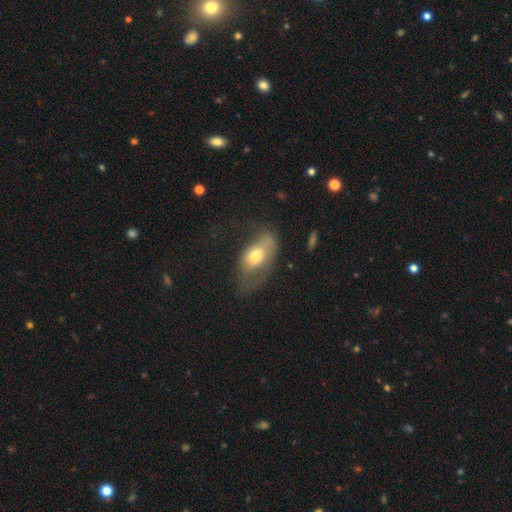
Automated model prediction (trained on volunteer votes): Smooth or featured: smooth — 59% (featured or disk — 34%)
How rounded: in between — 89% (round — 6%)
Merging: none — 35% (major disturbance — 32%)